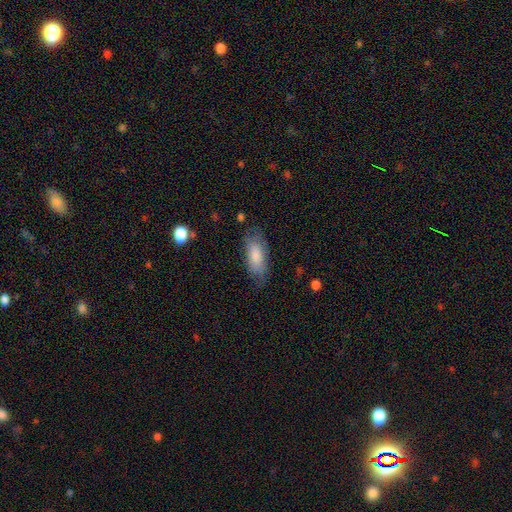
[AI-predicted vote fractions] Smooth or featured? Predicted: smooth (p=0.81). How rounded? Predicted: in between (p=0.84). Merging? Predicted: none (p=0.69).